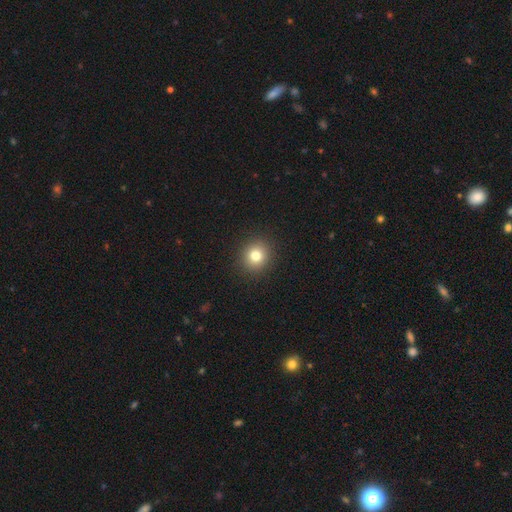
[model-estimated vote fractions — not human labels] Overall: smooth (79%). How rounded: round (85%). Merging: none (92%).